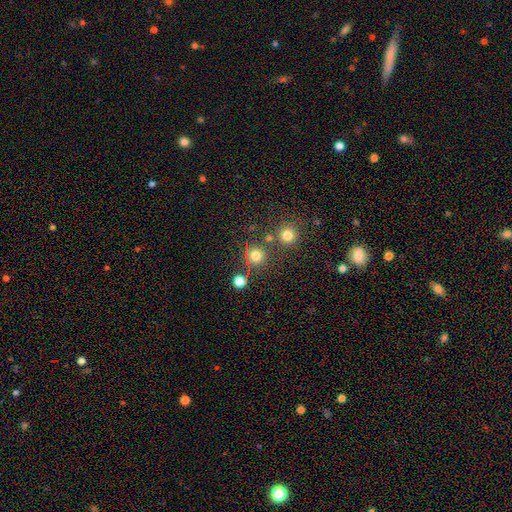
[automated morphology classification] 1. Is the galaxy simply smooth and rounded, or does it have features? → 72% smooth, 21% star or artifact, 7% featured or disk.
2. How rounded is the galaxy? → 93% round, 6% in between, 1% cigar-shaped.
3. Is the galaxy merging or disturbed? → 78% none, 11% merger, 8% minor disturbance, 4% major disturbance.